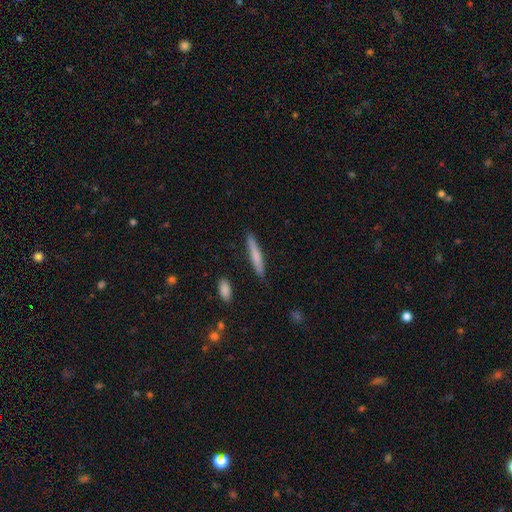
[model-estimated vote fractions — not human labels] Morphology: type=smooth (67%); roundness=cigar-shaped (95%); merging=none (88%).